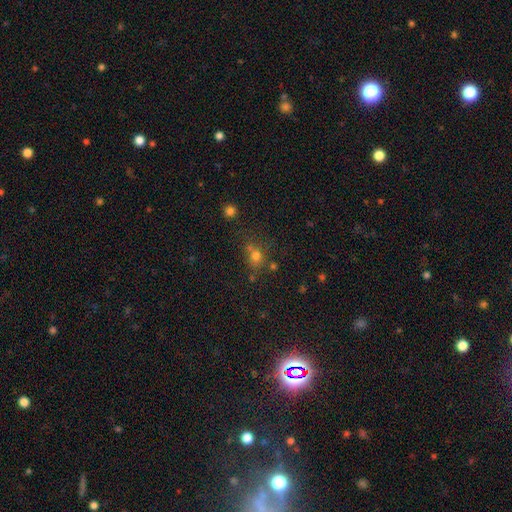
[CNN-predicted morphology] This is likely a smooth galaxy (69%). How rounded: likely round (69%). Merging: possibly none (55%).